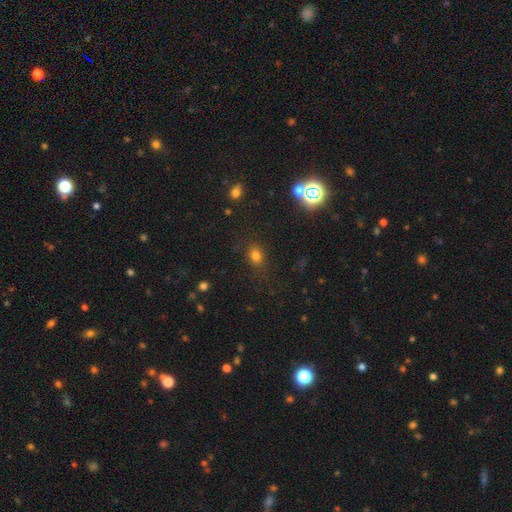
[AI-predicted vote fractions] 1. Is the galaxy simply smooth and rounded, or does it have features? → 74% smooth, 18% star or artifact, 8% featured or disk.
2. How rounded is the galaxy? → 59% in between, 40% round, 2% cigar-shaped.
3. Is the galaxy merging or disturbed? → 80% none, 13% minor disturbance, 5% major disturbance, 2% merger.